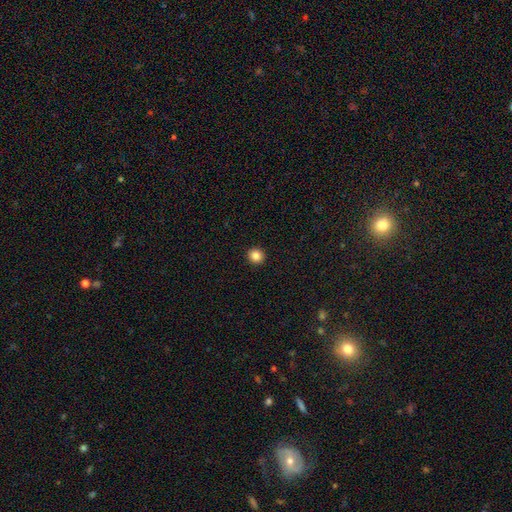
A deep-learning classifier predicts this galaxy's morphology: smooth 86%, star or artifact 10%, featured or disk 4%. Down the decision tree: how rounded — round (93%); merging — none (94%).